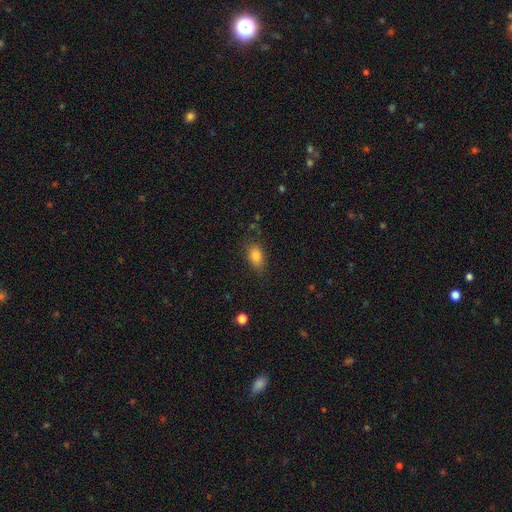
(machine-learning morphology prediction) Smooth or featured? smooth (82%)
How rounded? in between (85%)
Merging? none (78%)